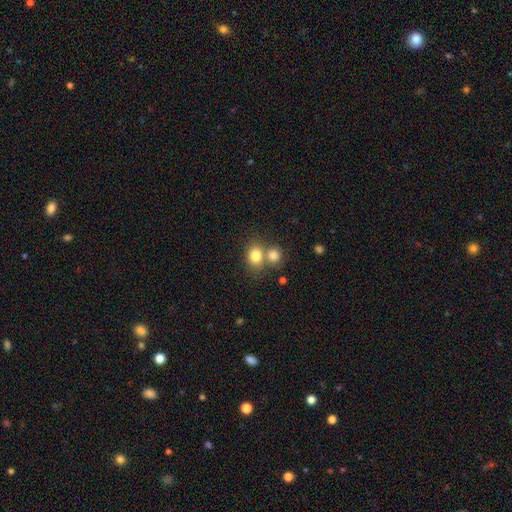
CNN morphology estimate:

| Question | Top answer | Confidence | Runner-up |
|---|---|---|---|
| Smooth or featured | smooth | 80% | star or artifact (11%) |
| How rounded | round | 65% | in between (34%) |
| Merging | none | 46% | merger (42%) |